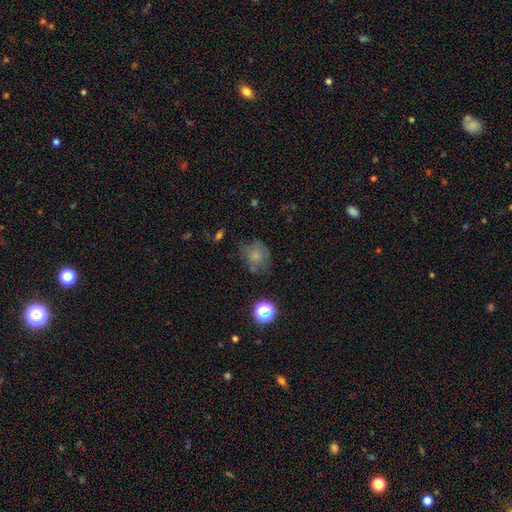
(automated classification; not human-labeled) smooth_or_featured: smooth (p=0.70) [alt: featured or disk p=0.16]
how_rounded: round (p=0.72) [alt: in between p=0.27]
merging: none (p=0.58) [alt: minor disturbance p=0.25]